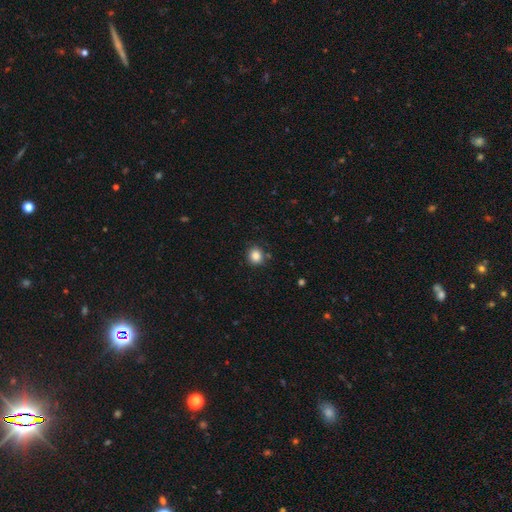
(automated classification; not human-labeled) Smooth or featured?
  - smooth: 86% *
  - star or artifact: 10%
  - featured or disk: 4%
How rounded?
  - round: 79% *
  - in between: 20%
  - cigar-shaped: 1%
Merging?
  - none: 84% *
  - minor disturbance: 11%
  - merger: 3%
  - major disturbance: 3%